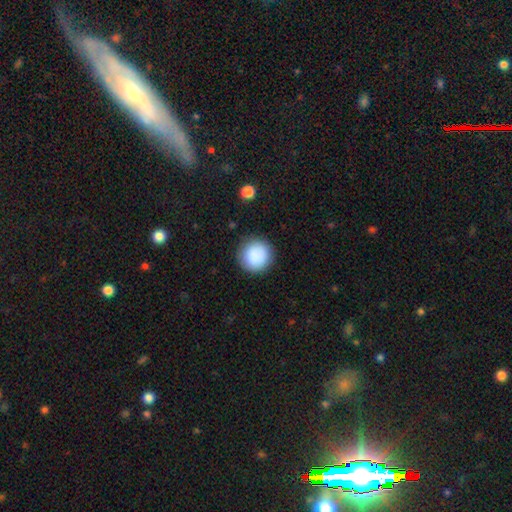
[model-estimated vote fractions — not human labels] smooth 88%, star or artifact 8%, featured or disk 4%. Down the decision tree: how rounded — round (94%); merging — none (89%).